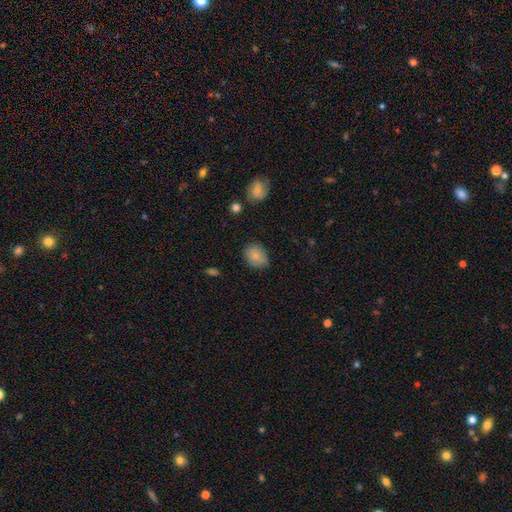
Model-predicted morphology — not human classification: Overall: smooth (82%). How rounded: round (51%; in between 48%). Merging: none (76%).